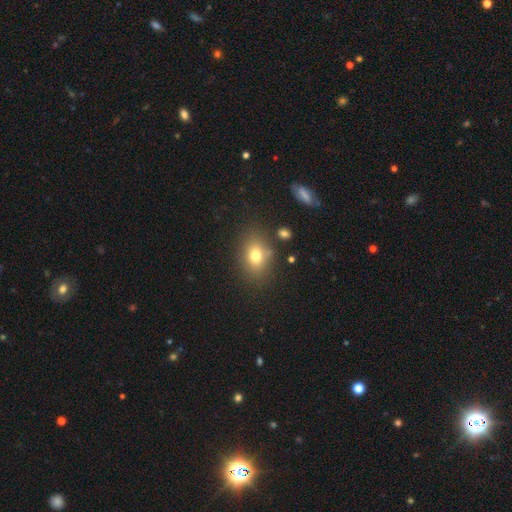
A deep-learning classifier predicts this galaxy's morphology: Smooth or featured: smooth — 75% (star or artifact — 13%)
How rounded: in between — 67% (round — 31%)
Merging: none — 77% (minor disturbance — 14%)